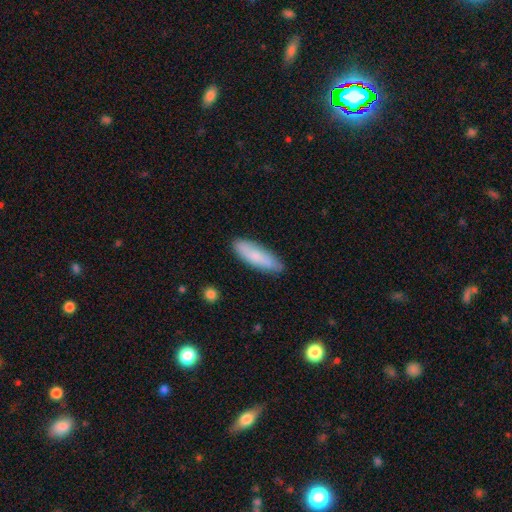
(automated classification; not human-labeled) Smooth or featured: smooth — 80% (featured or disk — 14%)
How rounded: cigar-shaped — 52% (in between — 47%)
Merging: none — 85% (minor disturbance — 12%)